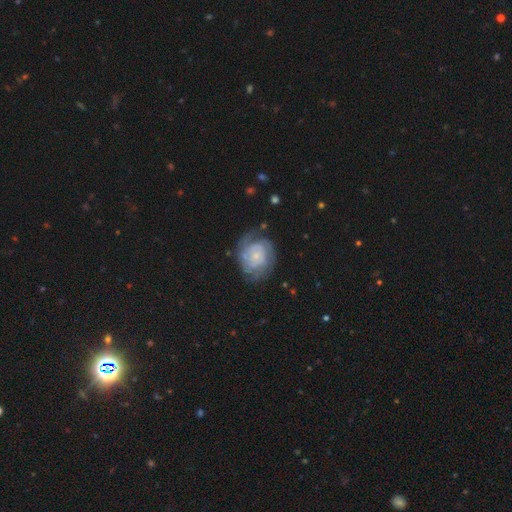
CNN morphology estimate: Smooth or featured? Predicted: featured or disk (p=0.72). Edge-on disk? Predicted: no (p=0.98). Bar? Predicted: no (p=0.78). Spiral arms? Predicted: yes (p=0.86). Spiral winding? Predicted: tight (p=0.57). Spiral arm count? Predicted: can't tell (p=0.39). Bulge size? Predicted: small (p=0.74). Merging? Predicted: none (p=0.60).